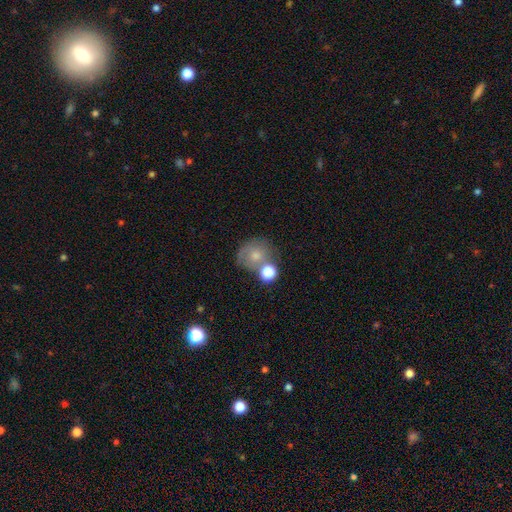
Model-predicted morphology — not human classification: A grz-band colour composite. It shows a smooth galaxy with no disk features (68%) that is round (78%). Merging: none (45%).